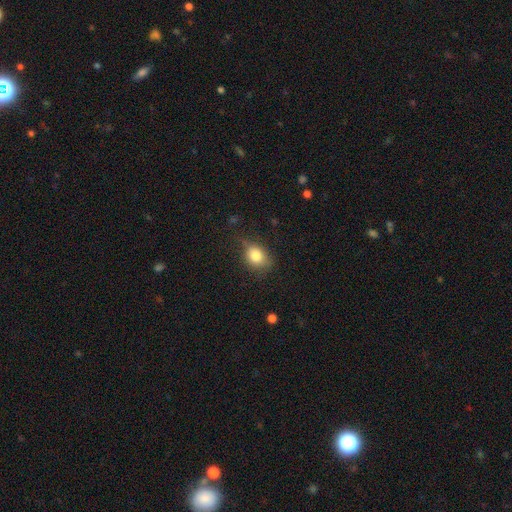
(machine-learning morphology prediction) A smooth galaxy with no disk features (80%) that is round (50%). Merging: none (60%).